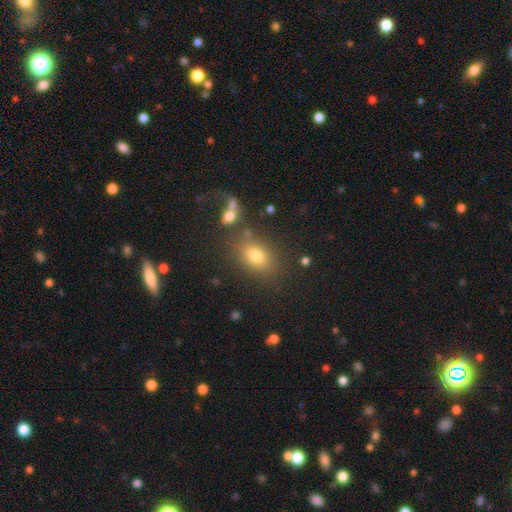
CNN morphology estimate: This appears to be a smooth galaxy with no disk features (73%) that is in between round and cigar-shaped (74%). Merging: none (73%).